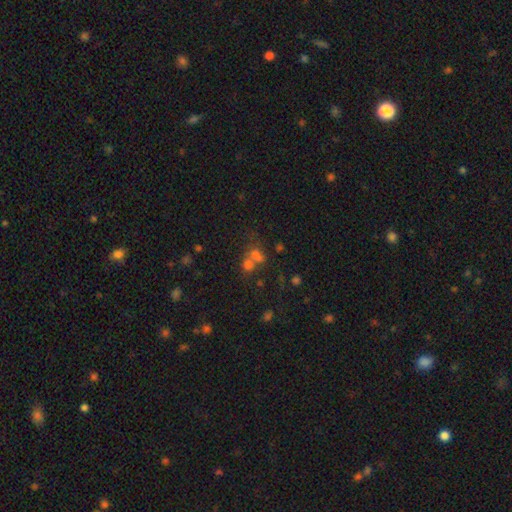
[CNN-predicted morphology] The model was most divided on "how rounded": round: 60%, in between: 38%, cigar-shaped: 2%. More confident: smooth or featured — smooth (61%); merging — merger (56%).